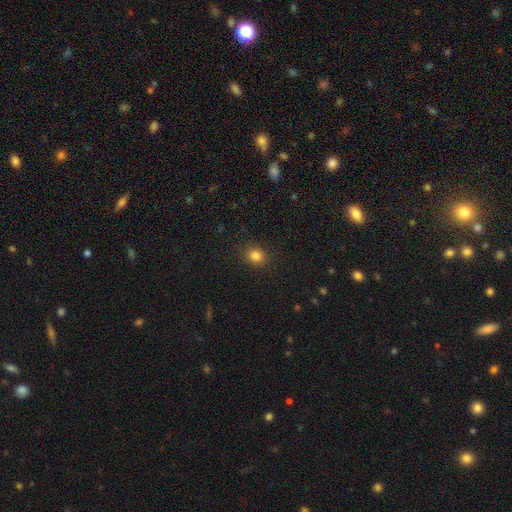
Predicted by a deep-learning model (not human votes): A smooth galaxy with no disk features (83%) that is round (75%).

Vote fractions:
- Smooth or featured? smooth: 83% / star or artifact: 12% / featured or disk: 5%
- How rounded? round: 75% / in between: 25% / cigar-shaped: 1%
- Merging? none: 88% / minor disturbance: 8% / major disturbance: 3% / merger: 1%